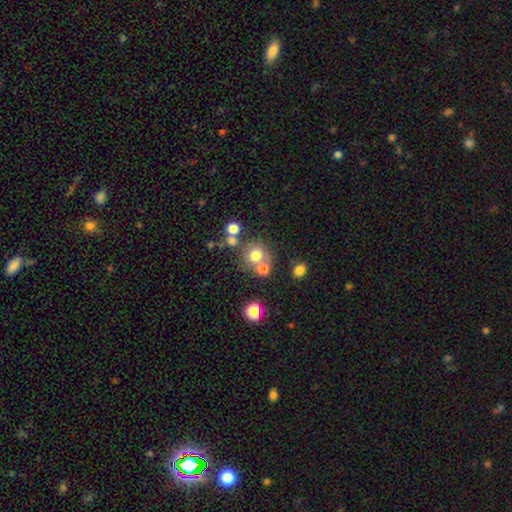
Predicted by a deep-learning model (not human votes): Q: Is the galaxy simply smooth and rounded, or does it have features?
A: smooth — 71%.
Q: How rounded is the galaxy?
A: round — 85%.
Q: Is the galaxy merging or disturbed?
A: none — 58%.